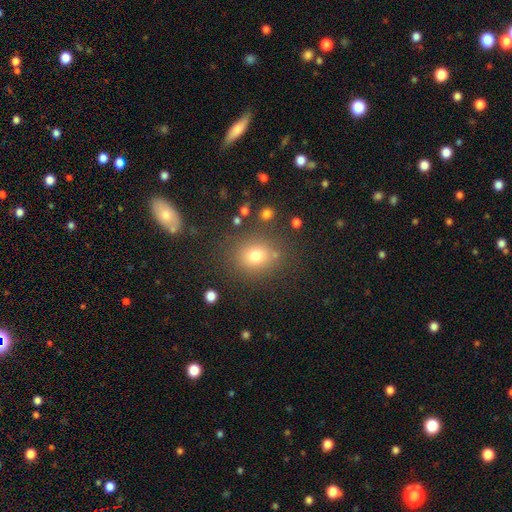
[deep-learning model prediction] Overall: smooth (75%). How rounded: round (67%; in between 32%). Merging: none (79%).